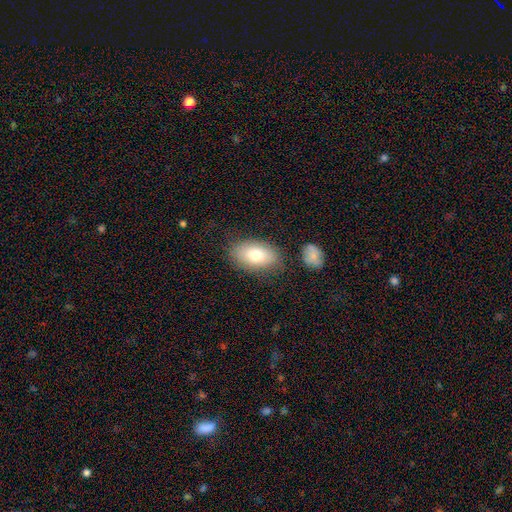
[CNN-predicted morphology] Smooth or featured? smooth (77%)
How rounded? in between (90%)
Merging? none (77%)